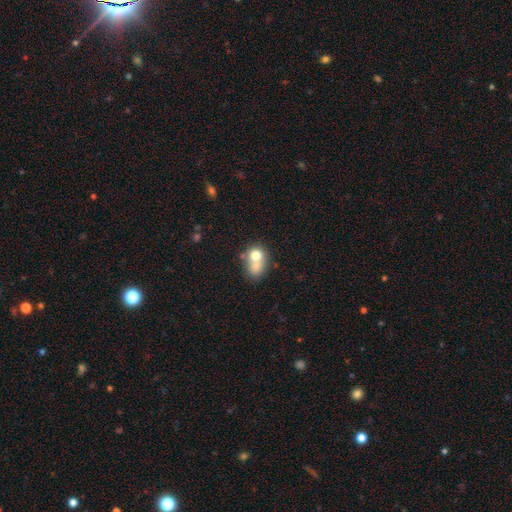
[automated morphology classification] smooth_or_featured: smooth (p=0.70) [alt: featured or disk p=0.20]
how_rounded: round (p=0.57) [alt: in between p=0.42]
merging: merger (p=0.58) [alt: none p=0.25]